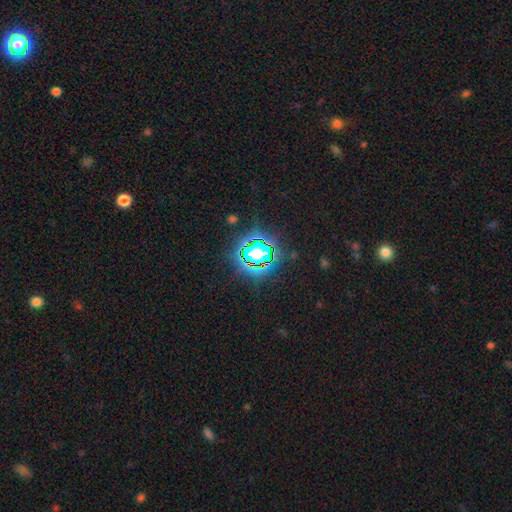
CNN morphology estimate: smooth-or-featured: star or artifact: 79% | smooth: 13% | featured or disk: 8%